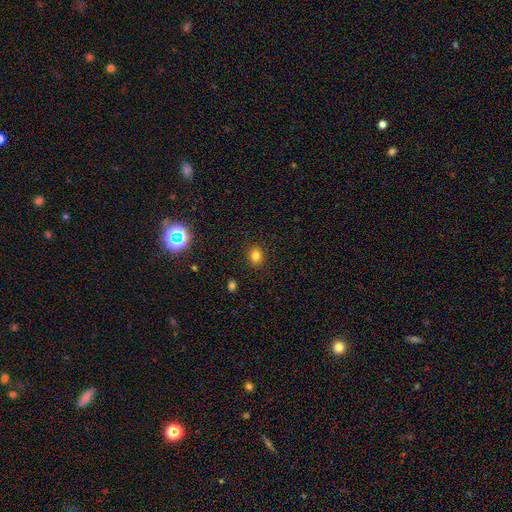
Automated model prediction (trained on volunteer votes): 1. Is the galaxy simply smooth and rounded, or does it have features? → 80% smooth, 15% star or artifact, 6% featured or disk.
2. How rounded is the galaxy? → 73% round, 26% in between, 1% cigar-shaped.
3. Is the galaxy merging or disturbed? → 90% none, 7% minor disturbance, 2% major disturbance, 1% merger.